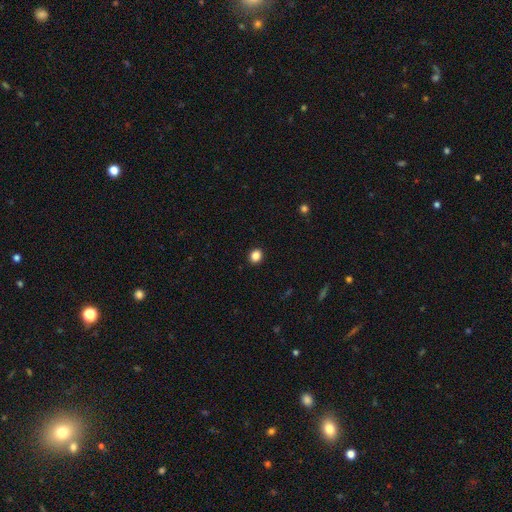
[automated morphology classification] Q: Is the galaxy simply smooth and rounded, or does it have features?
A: smooth — 86%.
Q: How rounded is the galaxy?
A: round — 76%.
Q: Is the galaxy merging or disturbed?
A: none — 93%.